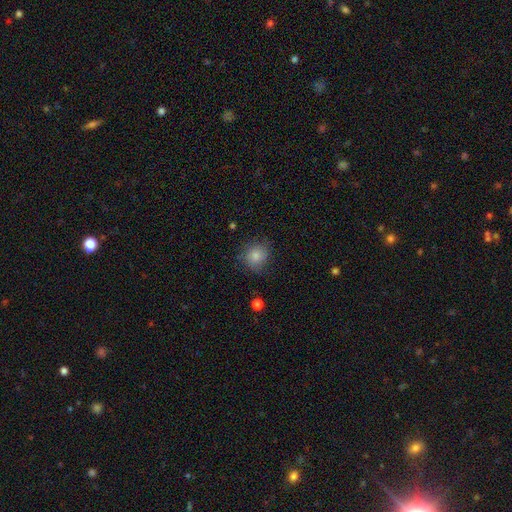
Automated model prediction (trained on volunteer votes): This is clearly a smooth galaxy (83%). How rounded: clearly round (86%). Merging: likely none (77%).